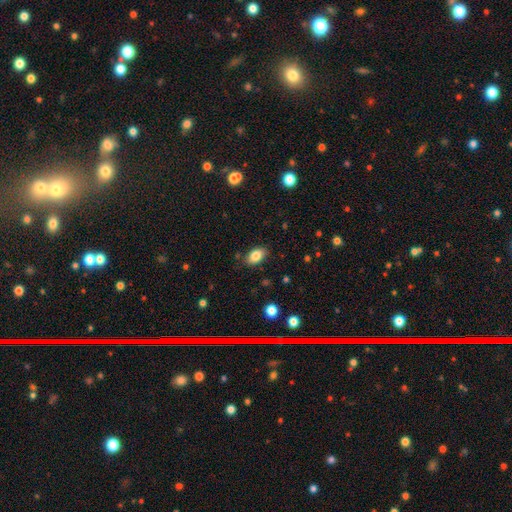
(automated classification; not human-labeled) The model was most divided on "merging": none: 83%, minor disturbance: 13%, major disturbance: 3%, merger: 2%. More confident: how rounded — in between (89%); smooth or featured — smooth (84%).